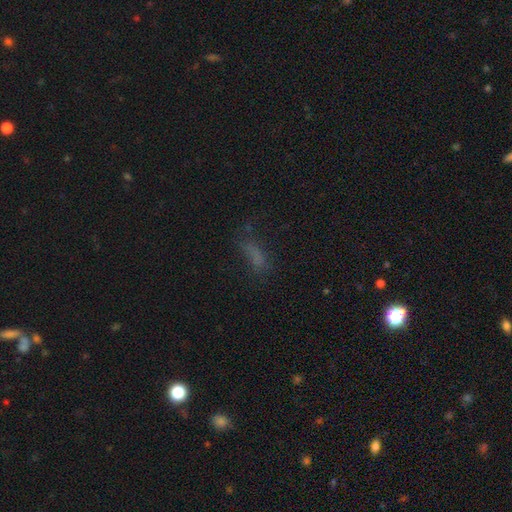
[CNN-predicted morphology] This is likely a smooth galaxy (61%). How rounded: possibly in between (60%). Merging: possibly none (50%).